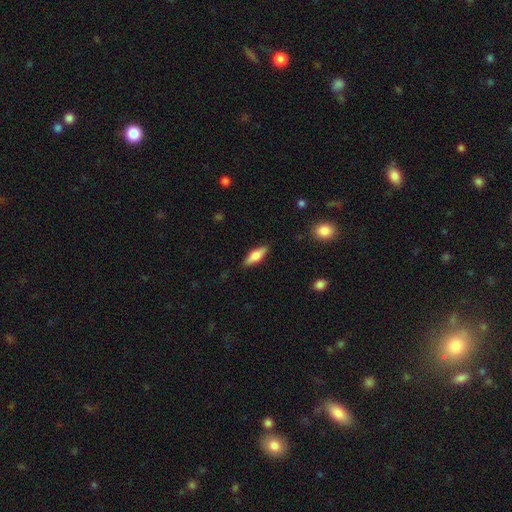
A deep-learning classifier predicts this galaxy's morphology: smooth_or_featured: smooth (p=0.62) [alt: featured or disk p=0.32]
how_rounded: in between (p=0.59) [alt: cigar-shaped p=0.39]
merging: none (p=0.87) [alt: minor disturbance p=0.10]